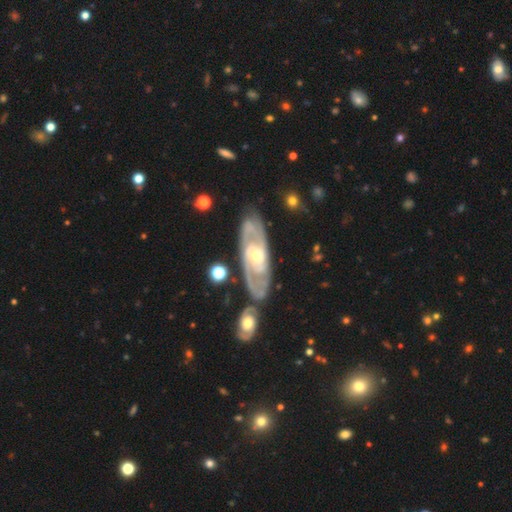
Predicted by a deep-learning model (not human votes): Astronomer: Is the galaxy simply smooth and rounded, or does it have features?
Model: featured or disk — 85%.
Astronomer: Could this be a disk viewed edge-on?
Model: no — 88%.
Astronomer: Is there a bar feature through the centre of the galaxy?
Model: no — 56% (runner-up: weak, 34%).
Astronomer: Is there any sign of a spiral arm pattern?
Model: yes — 92%.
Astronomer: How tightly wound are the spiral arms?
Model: tight — 58% (runner-up: medium, 34%).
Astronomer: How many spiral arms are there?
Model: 2 — 52% (runner-up: can't tell, 30%).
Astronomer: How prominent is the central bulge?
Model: small — 49% (runner-up: moderate, 46%).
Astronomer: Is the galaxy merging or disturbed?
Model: none — 74%.